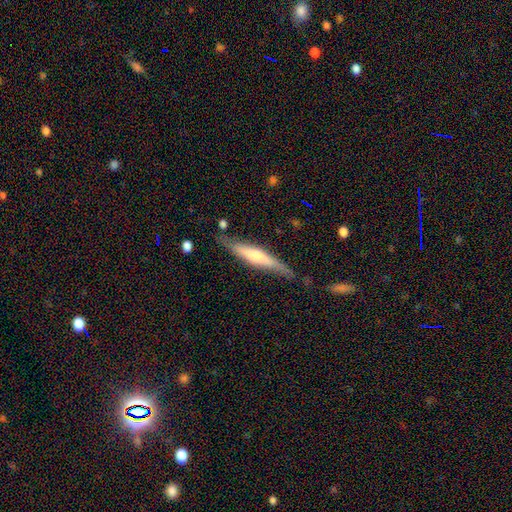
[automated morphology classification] Smooth or featured: featured or disk — 52% (smooth — 42%)
Edge-on disk: yes — 90% (no — 10%)
Merging: none — 74% (minor disturbance — 19%)